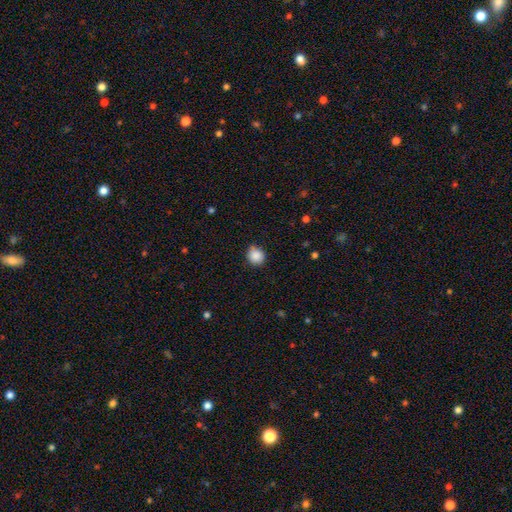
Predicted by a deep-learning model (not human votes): This is clearly a smooth galaxy (87%). How rounded: clearly round (85%). Merging: likely none (80%).